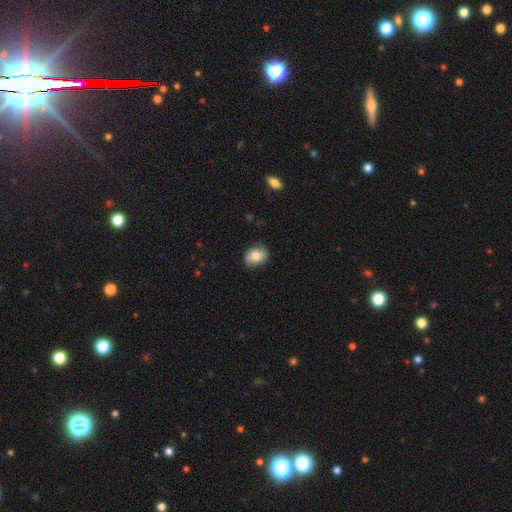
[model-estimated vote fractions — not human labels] Smooth or featured? Predicted: smooth (p=0.79). How rounded? Predicted: in between (p=0.69). Merging? Predicted: none (p=0.81).